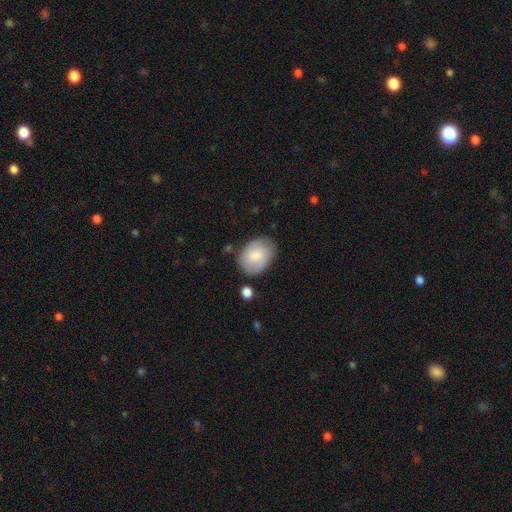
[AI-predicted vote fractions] A smooth galaxy with no disk features (74%) that is in between round and cigar-shaped (76%).

Vote fractions:
- Smooth or featured? smooth: 74% / featured or disk: 20% / star or artifact: 6%
- How rounded? in between: 76% / round: 23% / cigar-shaped: 1%
- Merging? none: 74% / minor disturbance: 18% / major disturbance: 4% / merger: 4%